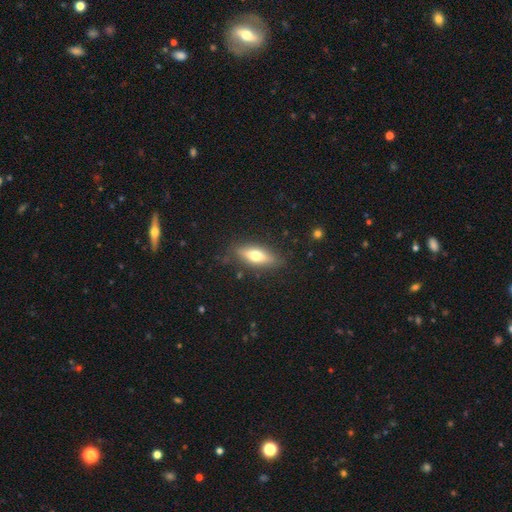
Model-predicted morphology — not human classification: This appears to be a smooth galaxy with no disk features (60%) that is in between round and cigar-shaped (60%). Merging: none (83%).